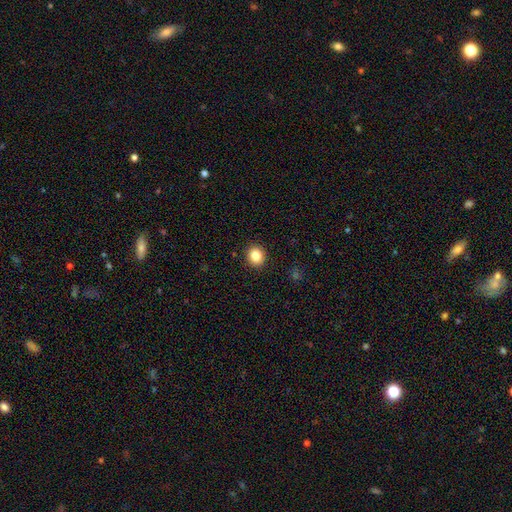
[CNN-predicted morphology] This appears to be a smooth galaxy with no disk features (85%) that is round (80%). Merging: none (92%).